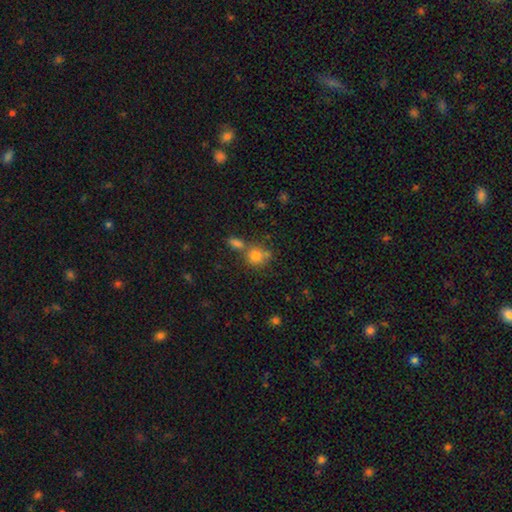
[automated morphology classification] Smooth or featured? Predicted: smooth (p=0.79). How rounded? Predicted: round (p=0.80). Merging? Predicted: none (p=0.52).